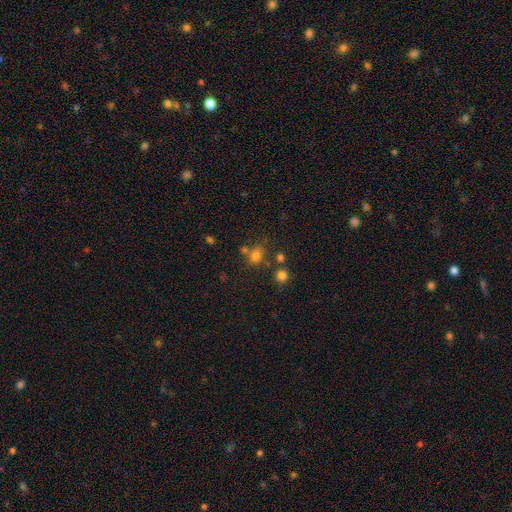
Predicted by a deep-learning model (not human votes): A smooth galaxy with no disk features (72%) that is round (58%).

Vote fractions:
- Smooth or featured? smooth: 72% / star or artifact: 19% / featured or disk: 9%
- How rounded? round: 58% / in between: 40% / cigar-shaped: 1%
- Merging? none: 60% / merger: 20% / minor disturbance: 14% / major disturbance: 6%